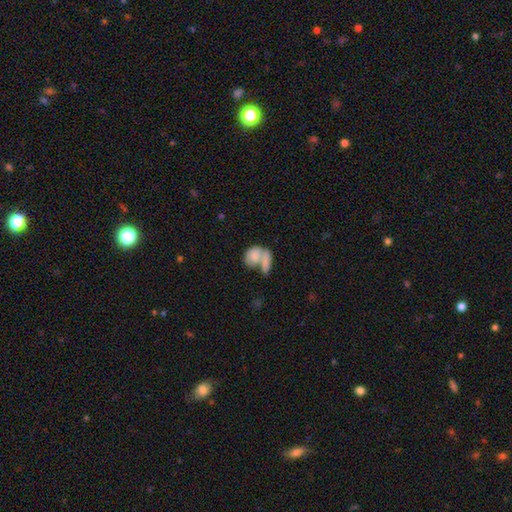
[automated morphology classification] Smooth or featured? Predicted: smooth (p=0.77). How rounded? Predicted: in between (p=0.64). Merging? Predicted: merger (p=0.61).